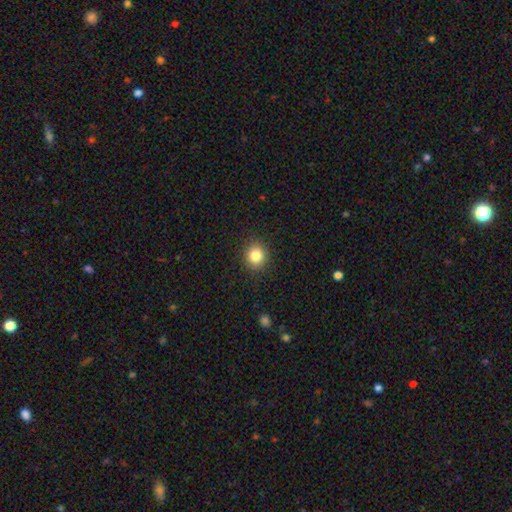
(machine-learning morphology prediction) smooth 83%, star or artifact 11%, featured or disk 6%. Down the decision tree: how rounded — round (82%); merging — none (90%).